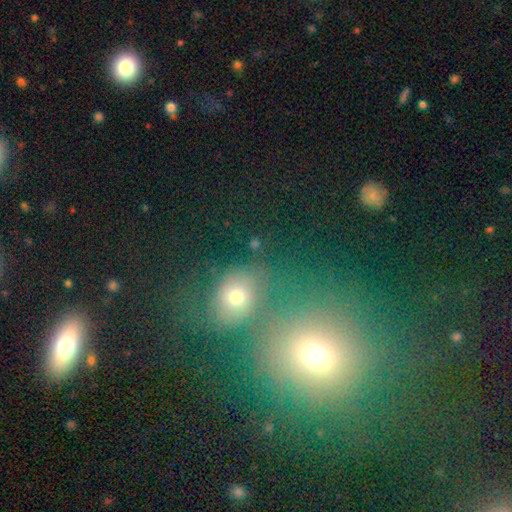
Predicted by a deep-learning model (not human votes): Overall: smooth (56%; star or artifact 25%). How rounded: round (63%; in between 35%). Merging: none (56%; merger 24%).